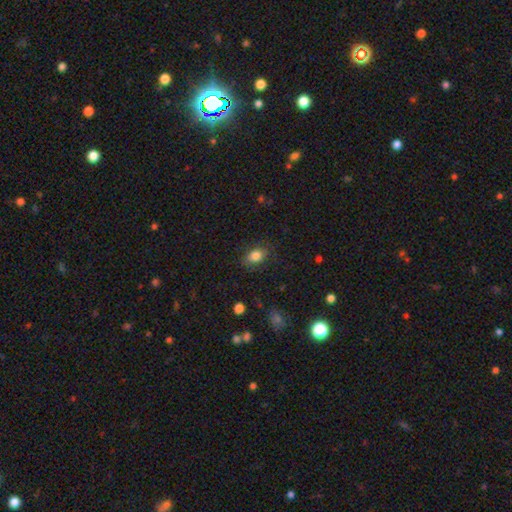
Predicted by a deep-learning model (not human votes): Smooth or featured: smooth — 83% (star or artifact — 9%)
How rounded: in between — 79% (round — 19%)
Merging: none — 80% (minor disturbance — 14%)